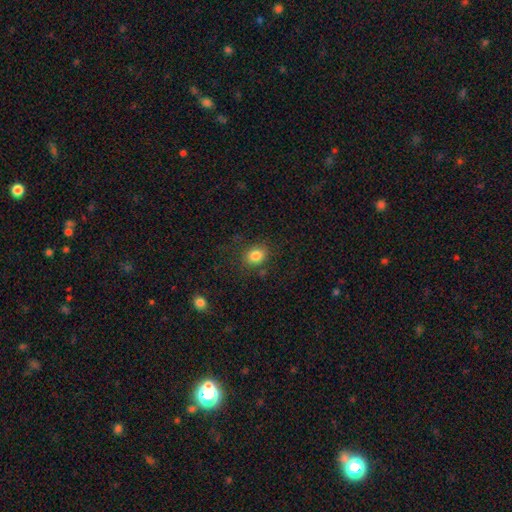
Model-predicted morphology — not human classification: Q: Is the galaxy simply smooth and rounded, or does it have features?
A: smooth — 83%.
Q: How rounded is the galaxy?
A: in between — 50%.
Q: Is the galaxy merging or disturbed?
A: none — 79%.